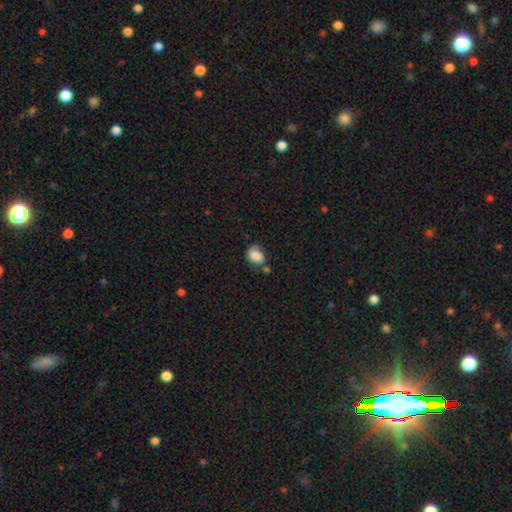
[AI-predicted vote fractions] A smooth galaxy with no disk features (84%) that is in between round and cigar-shaped (65%). Merging: none (52%).